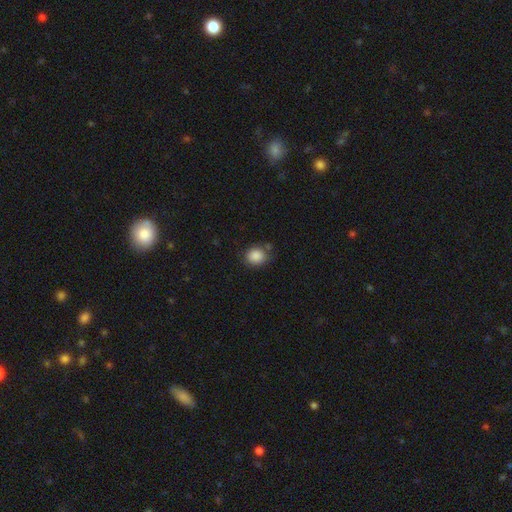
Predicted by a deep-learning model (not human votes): Smooth or featured? Predicted: smooth (p=0.88). How rounded? Predicted: round (p=0.75). Merging? Predicted: none (p=0.75).